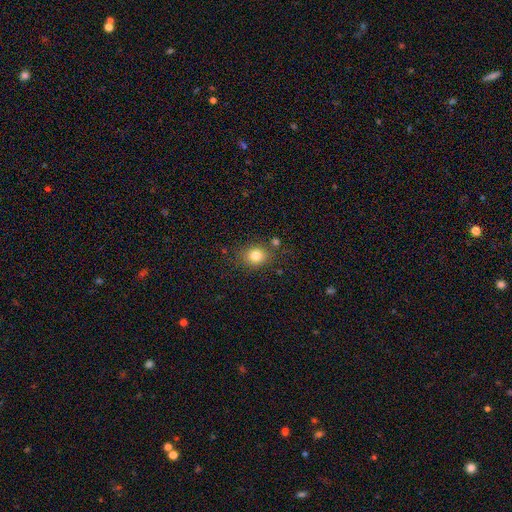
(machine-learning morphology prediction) A smooth galaxy with no disk features (80%) that is round (71%). Merging: none (78%).